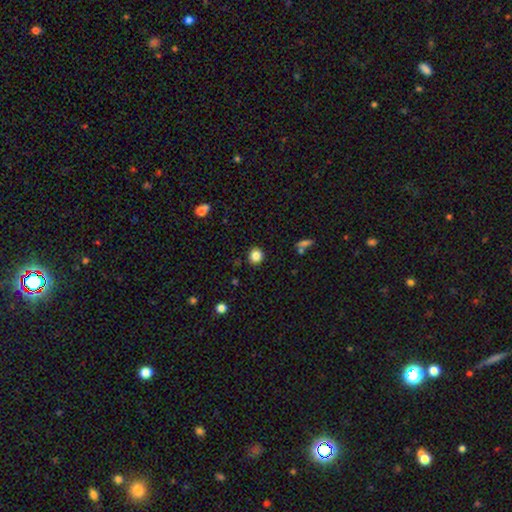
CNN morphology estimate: This is clearly a smooth galaxy (85%). How rounded: clearly round (88%). Merging: clearly none (90%).